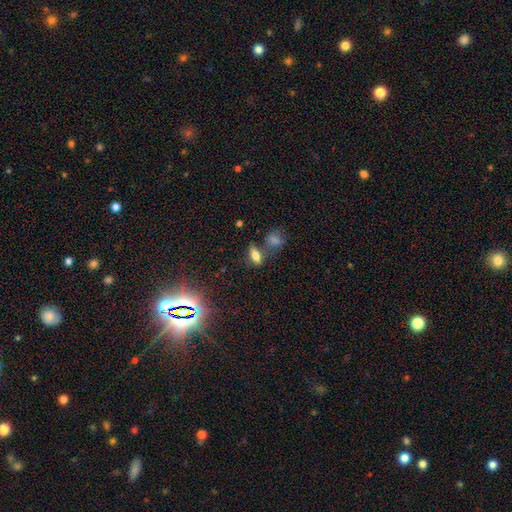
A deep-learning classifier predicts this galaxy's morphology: smooth_or_featured: smooth (p=0.63) [alt: featured or disk p=0.21]
how_rounded: in between (p=0.72) [alt: cigar-shaped p=0.20]
merging: none (p=0.63) [alt: merger p=0.16]